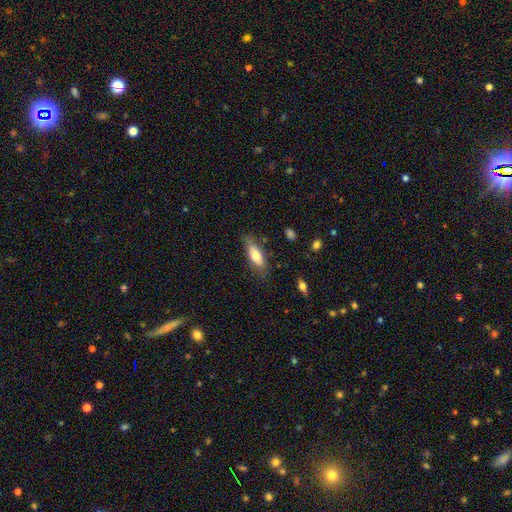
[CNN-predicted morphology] smooth 68%, featured or disk 26%, star or artifact 6%. Down the decision tree: how rounded — in between (59%); merging — none (74%).